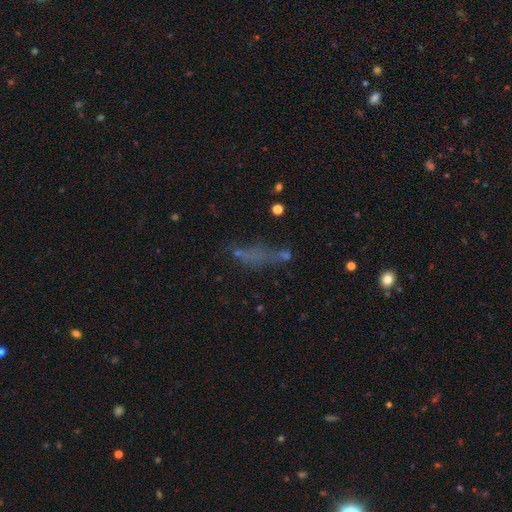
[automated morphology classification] Smooth or featured: smooth — 48% (star or artifact — 30%)
Merging: none — 54% (minor disturbance — 19%)